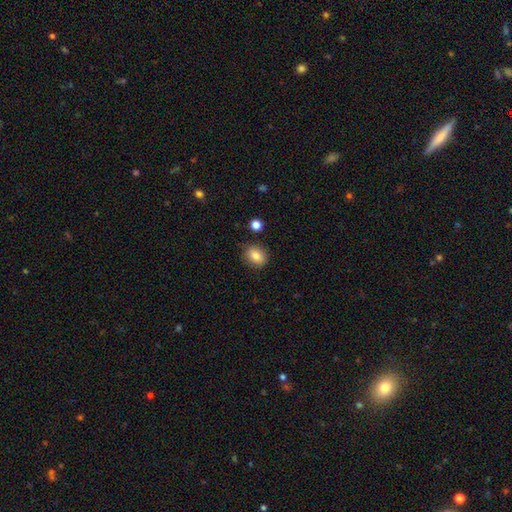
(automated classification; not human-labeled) A smooth galaxy with no disk features (82%) that is round (56%).

Vote fractions:
- Smooth or featured? smooth: 82% / star or artifact: 10% / featured or disk: 9%
- How rounded? round: 56% / in between: 43% / cigar-shaped: 1%
- Merging? none: 82% / minor disturbance: 12% / major disturbance: 3% / merger: 2%